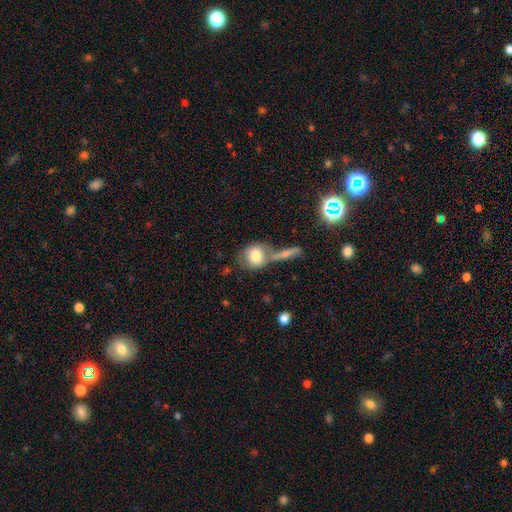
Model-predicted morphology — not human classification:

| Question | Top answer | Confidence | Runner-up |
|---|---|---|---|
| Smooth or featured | smooth | 75% | featured or disk (17%) |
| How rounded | round | 64% | in between (33%) |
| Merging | none | 40% | tied: merger (40%) |